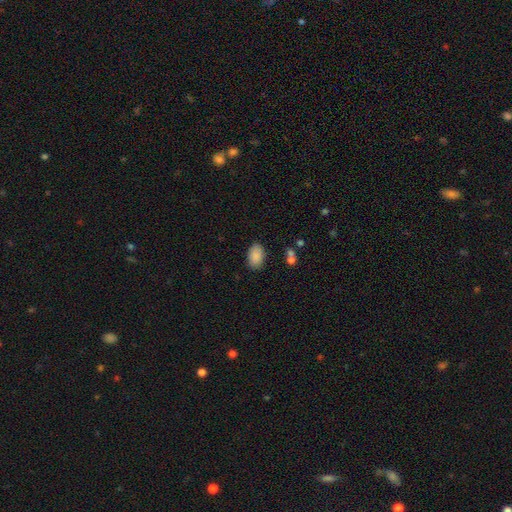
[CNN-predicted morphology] Q: Smooth or featured?
A: smooth (88%); runner-up: star or artifact (7%)
Q: How rounded?
A: in between (91%); runner-up: round (8%)
Q: Merging?
A: none (84%); runner-up: minor disturbance (11%)